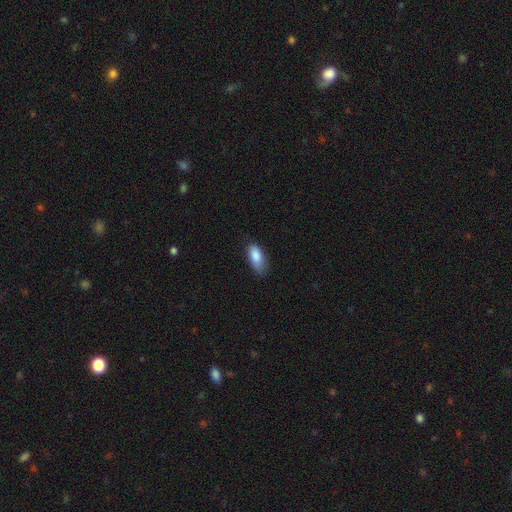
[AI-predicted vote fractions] Overall: smooth (86%). How rounded: in between (86%). Merging: none (61%; minor disturbance 31%).